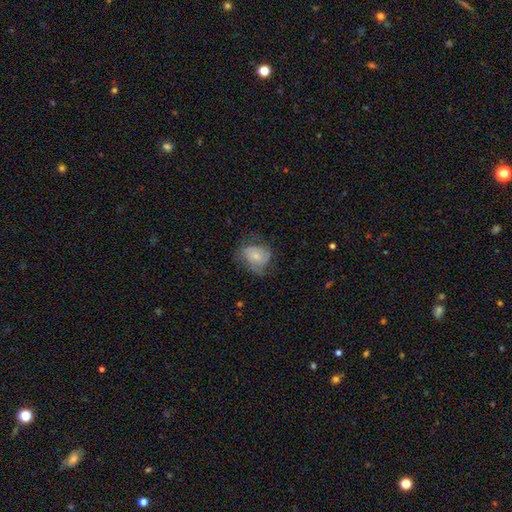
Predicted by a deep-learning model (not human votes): smooth_or_featured: smooth (p=0.50) [alt: featured or disk p=0.41]
how_rounded: in between (p=0.56) [alt: round p=0.43]
merging: none (p=0.44) [alt: minor disturbance p=0.30]